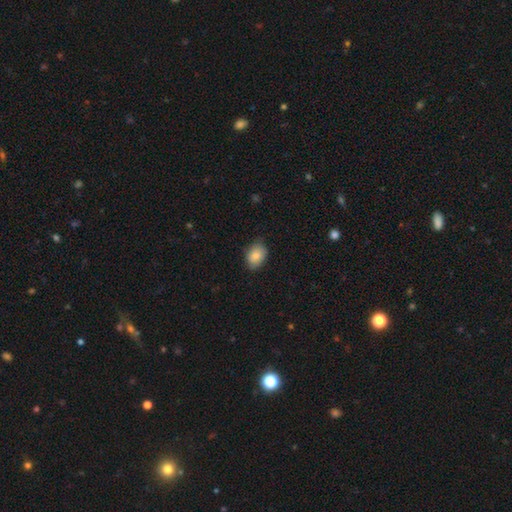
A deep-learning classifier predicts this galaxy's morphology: Smooth or featured? Predicted: smooth (p=0.85). How rounded? Predicted: in between (p=0.75). Merging? Predicted: none (p=0.78).